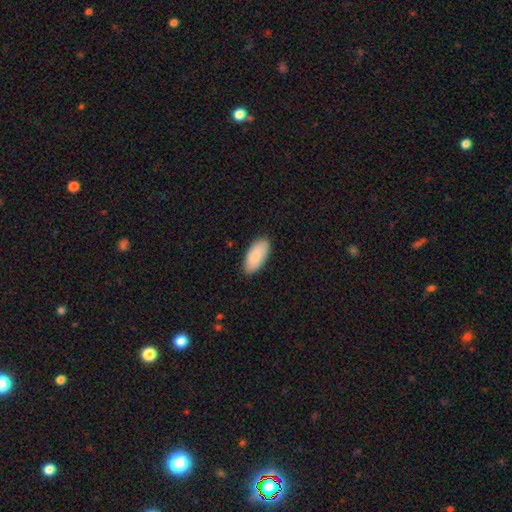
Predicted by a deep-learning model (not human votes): Smooth or featured: smooth — 87% (featured or disk — 7%)
How rounded: in between — 92% (cigar-shaped — 6%)
Merging: none — 86% (minor disturbance — 11%)